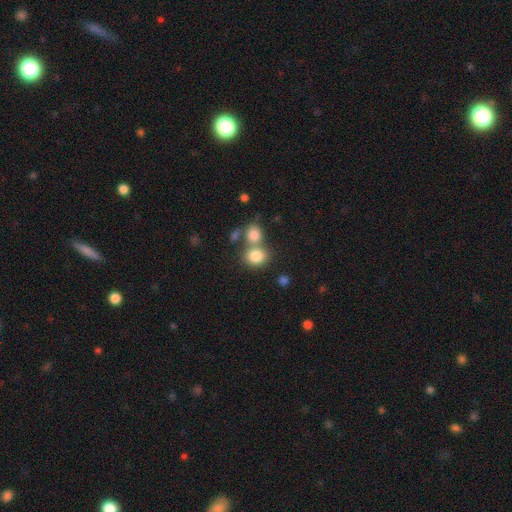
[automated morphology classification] The model was most divided on "merging": none: 49%, merger: 39%, minor disturbance: 9%, major disturbance: 4%. More confident: smooth or featured — smooth (81%); how rounded — round (73%).